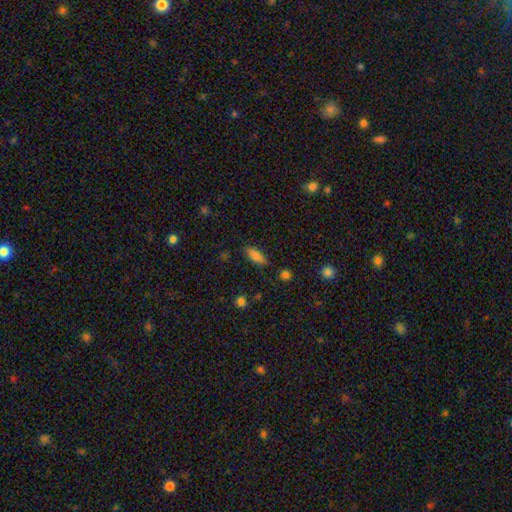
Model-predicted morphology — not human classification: A smooth galaxy with no disk features (79%) that is in between round and cigar-shaped (83%).

Vote fractions:
- Smooth or featured? smooth: 79% / featured or disk: 12% / star or artifact: 9%
- How rounded? in between: 83% / cigar-shaped: 15% / round: 3%
- Merging? none: 80% / minor disturbance: 15% / major disturbance: 3% / merger: 2%